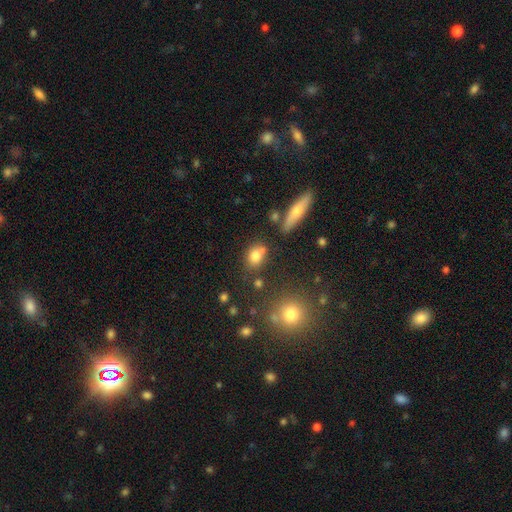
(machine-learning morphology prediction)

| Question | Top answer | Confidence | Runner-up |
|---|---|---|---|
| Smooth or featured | smooth | 76% | star or artifact (13%) |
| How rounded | in between | 56% | round (41%) |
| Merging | none | 59% | merger (22%) |